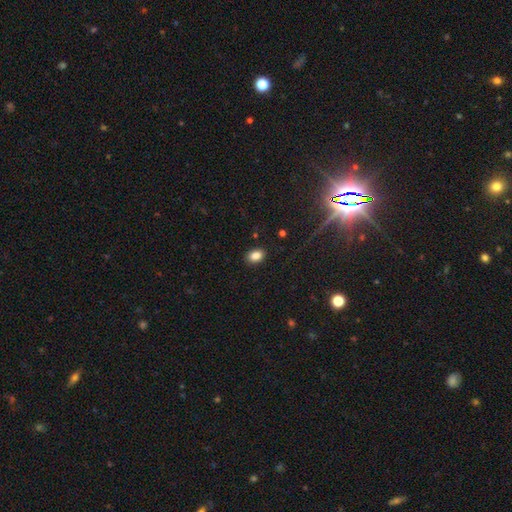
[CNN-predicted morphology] A smooth galaxy with no disk features (86%) that is in between round and cigar-shaped (80%). Merging: none (86%).